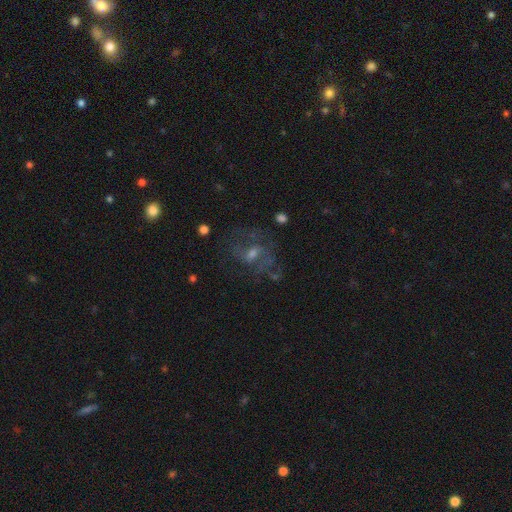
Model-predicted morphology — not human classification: smooth_or_featured: featured or disk (p=0.57) [alt: star or artifact p=0.23]
disk_edge_on: no (p=0.96) [alt: yes p=0.04]
bar: no (p=0.48) [alt: weak p=0.41]
has_spiral_arms: yes (p=0.64) [alt: no p=0.36]
bulge_size: moderate (p=0.44) [alt: small p=0.42]
merging: none (p=0.60) [alt: major disturbance p=0.19]